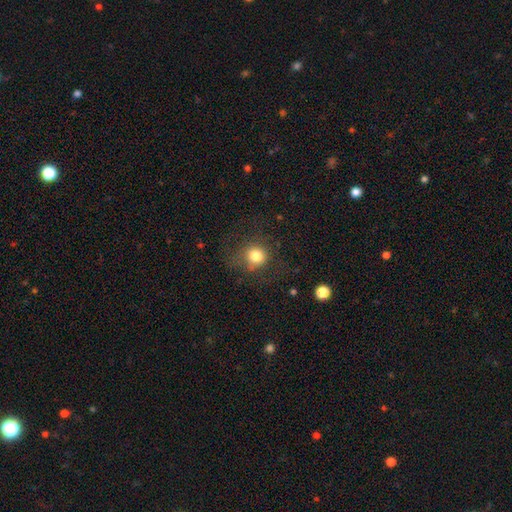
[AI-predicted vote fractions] A smooth galaxy with no disk features (79%) that is round (88%).

Vote fractions:
- Smooth or featured? smooth: 79% / star or artifact: 12% / featured or disk: 9%
- How rounded? round: 88% / in between: 11% / cigar-shaped: 1%
- Merging? none: 71% / minor disturbance: 16% / major disturbance: 12% / merger: 2%